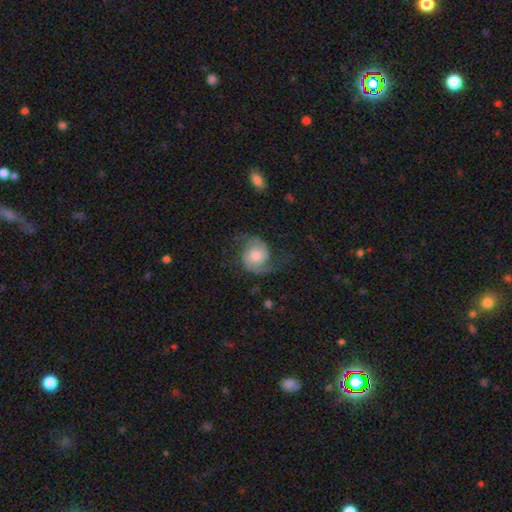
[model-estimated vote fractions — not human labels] Q: Smooth or featured?
A: featured or disk (76%); runner-up: smooth (17%)
Q: Edge-on disk?
A: no (98%); runner-up: yes (2%)
Q: Bar?
A: no (70%); runner-up: weak (26%)
Q: Spiral arms?
A: yes (96%); runner-up: no (4%)
Q: Spiral winding?
A: medium (45%); runner-up: loose (38%)
Q: Spiral arm count?
A: 2 (91%); runner-up: can't tell (3%)
Q: Bulge size?
A: moderate (46%); runner-up: large (24%)
Q: Merging?
A: none (68%); runner-up: minor disturbance (18%)